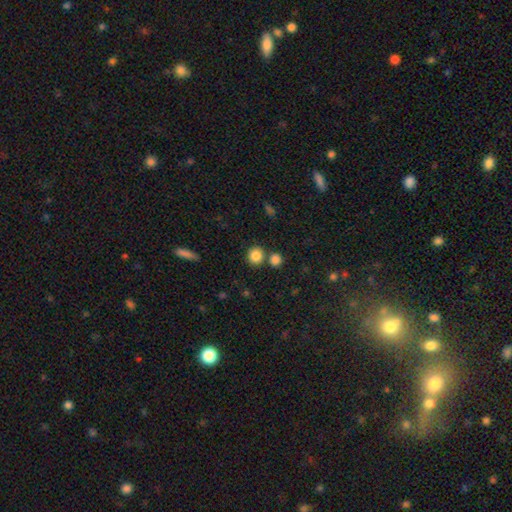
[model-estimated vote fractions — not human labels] Morphology: type=smooth (85%); roundness=round (85%); merging=none (74%).